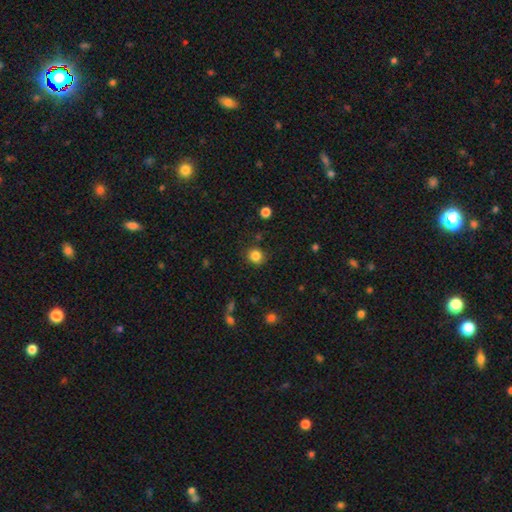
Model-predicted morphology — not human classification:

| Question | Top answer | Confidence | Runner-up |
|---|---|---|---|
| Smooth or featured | smooth | 84% | star or artifact (12%) |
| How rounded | round | 88% | in between (11%) |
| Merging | none | 85% | minor disturbance (10%) |